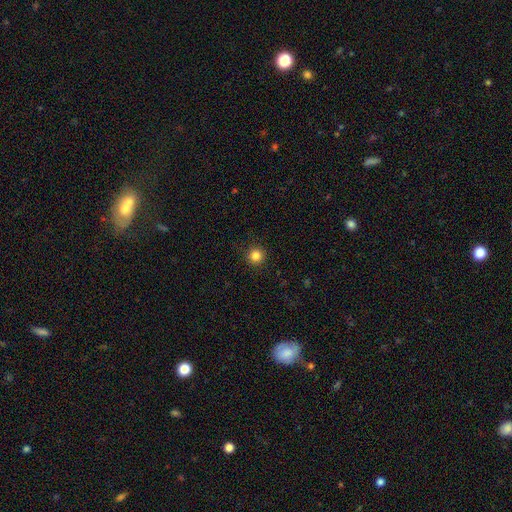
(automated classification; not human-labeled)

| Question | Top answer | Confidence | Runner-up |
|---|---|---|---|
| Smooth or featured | smooth | 84% | star or artifact (12%) |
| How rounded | round | 95% | in between (4%) |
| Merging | none | 91% | minor disturbance (6%) |